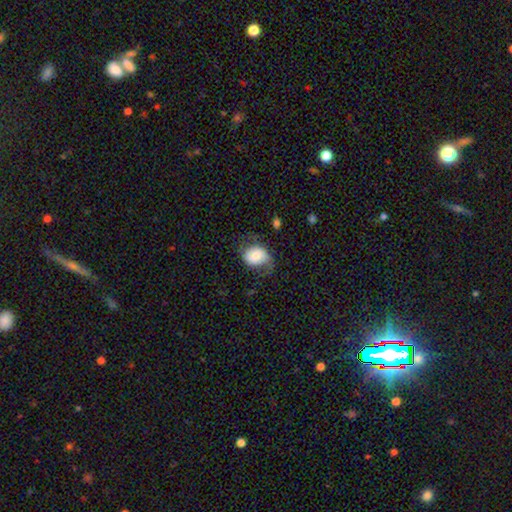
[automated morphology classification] Smooth or featured: smooth — 61% (featured or disk — 31%)
How rounded: in between — 54% (round — 45%)
Merging: none — 48% (minor disturbance — 30%)